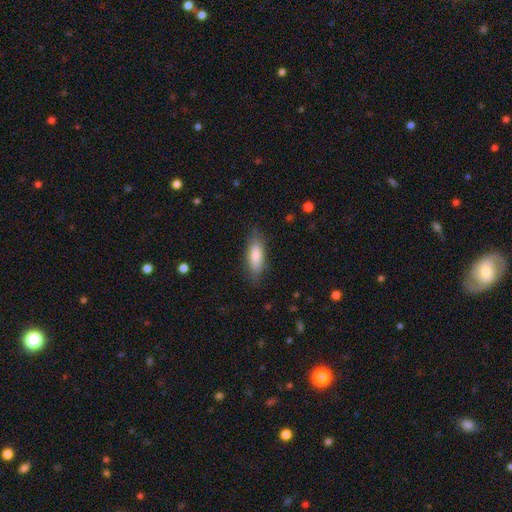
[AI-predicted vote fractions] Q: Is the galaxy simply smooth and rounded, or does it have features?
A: smooth — 81%.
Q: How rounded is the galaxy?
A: in between — 62%.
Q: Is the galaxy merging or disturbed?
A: none — 79%.